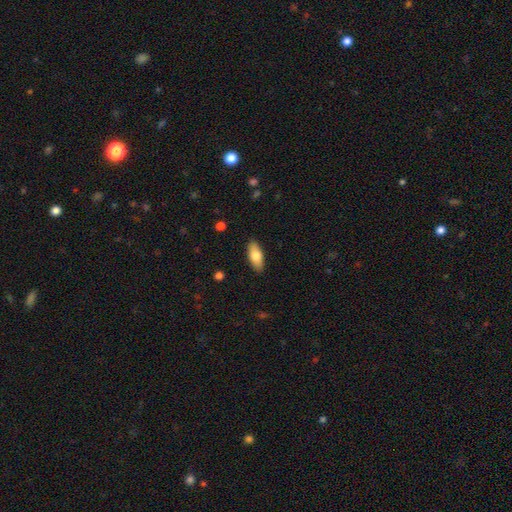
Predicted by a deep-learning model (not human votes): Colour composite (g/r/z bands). It shows a smooth galaxy with no disk features (76%) that is in between round and cigar-shaped (82%). Merging: none (88%).